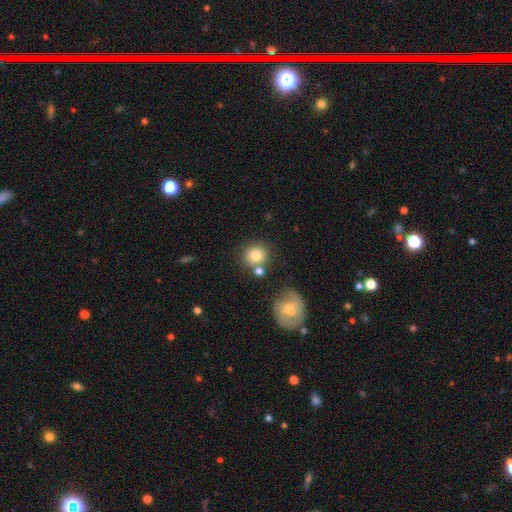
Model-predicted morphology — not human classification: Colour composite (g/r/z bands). It shows a smooth galaxy with no disk features (79%) that is round (87%). Merging: none (69%).